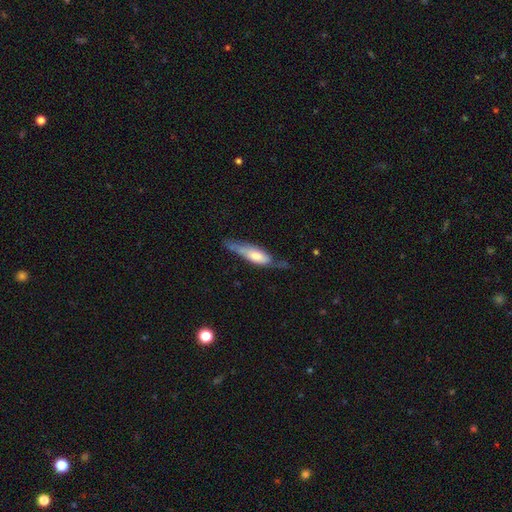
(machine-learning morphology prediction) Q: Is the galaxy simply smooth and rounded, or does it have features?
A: featured or disk — 48%.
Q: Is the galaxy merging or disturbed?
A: none — 45%.